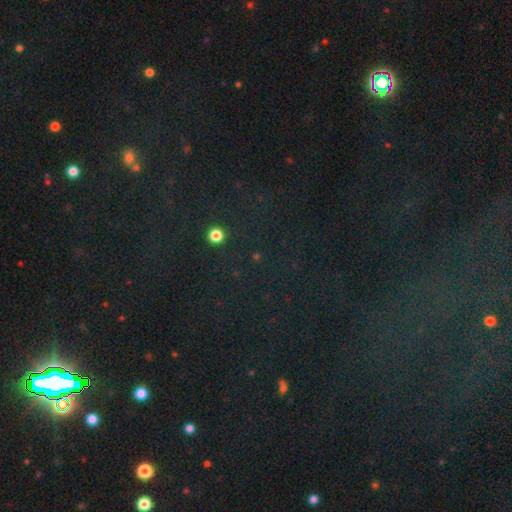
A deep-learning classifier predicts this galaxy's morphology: Q: Smooth or featured?
A: star or artifact (80%); runner-up: smooth (12%)